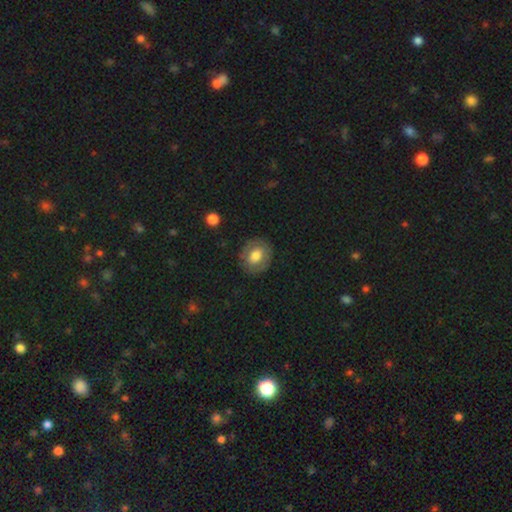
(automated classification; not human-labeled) The model was most divided on "how rounded": round: 58%, in between: 41%, cigar-shaped: 1%. More confident: merging — none (83%); smooth or featured — smooth (63%).